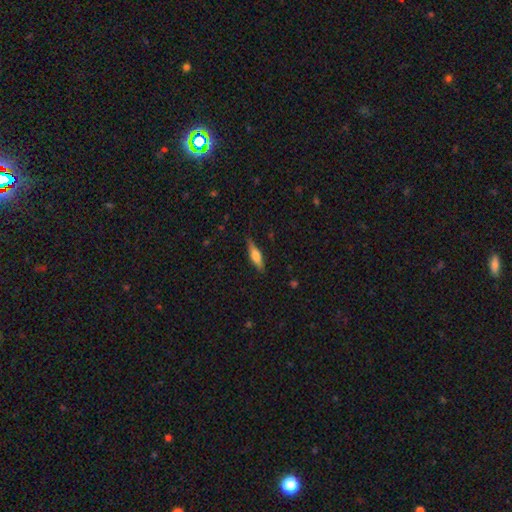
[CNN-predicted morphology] Smooth or featured?
  - smooth: 49% *
  - featured or disk: 45%
  - star or artifact: 6%
Merging?
  - none: 85% *
  - minor disturbance: 12%
  - major disturbance: 2%
  - merger: 1%